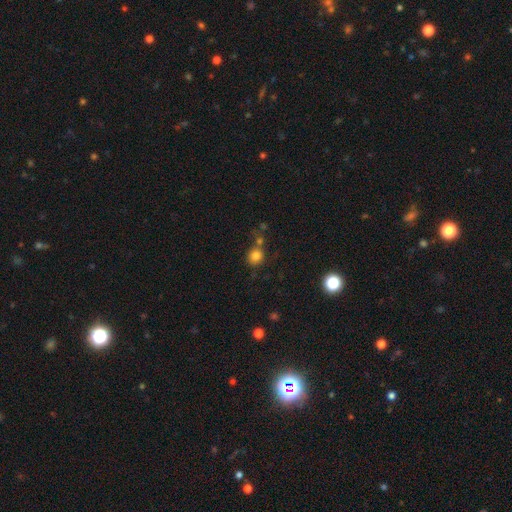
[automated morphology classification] smooth_or_featured: smooth (p=0.81) [alt: star or artifact p=0.13]
how_rounded: round (p=0.83) [alt: in between p=0.16]
merging: none (p=0.65) [alt: merger p=0.16]